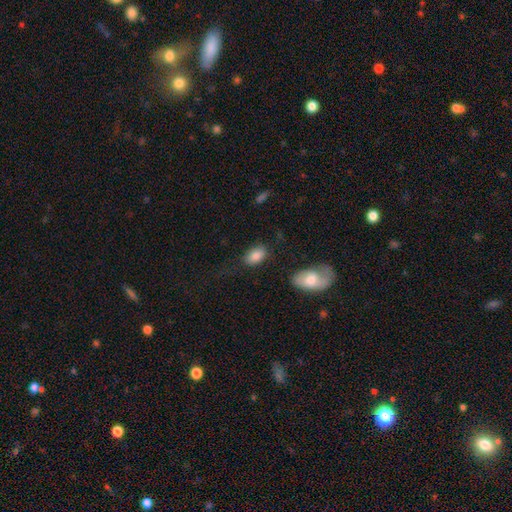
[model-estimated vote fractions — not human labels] Smooth or featured?
  - smooth: 85% *
  - star or artifact: 7%
  - featured or disk: 7%
How rounded?
  - in between: 91% *
  - round: 8%
  - cigar-shaped: 2%
Merging?
  - none: 76% *
  - minor disturbance: 15%
  - major disturbance: 5%
  - merger: 4%